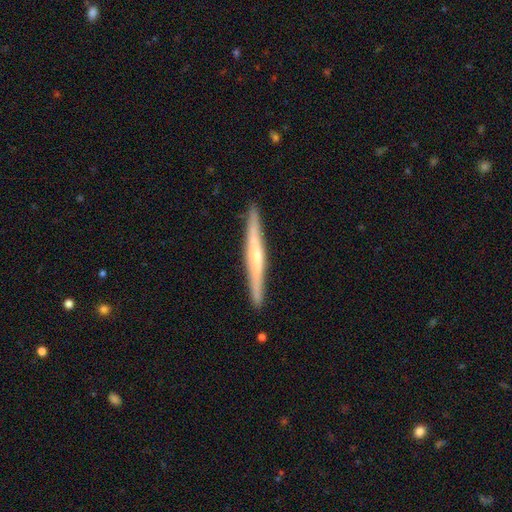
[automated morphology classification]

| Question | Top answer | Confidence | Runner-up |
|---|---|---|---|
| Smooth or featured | featured or disk | 65% | smooth (30%) |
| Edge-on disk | yes | 97% | no (3%) |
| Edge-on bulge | rounded | 49% | none (40%) |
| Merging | none | 91% | minor disturbance (7%) |